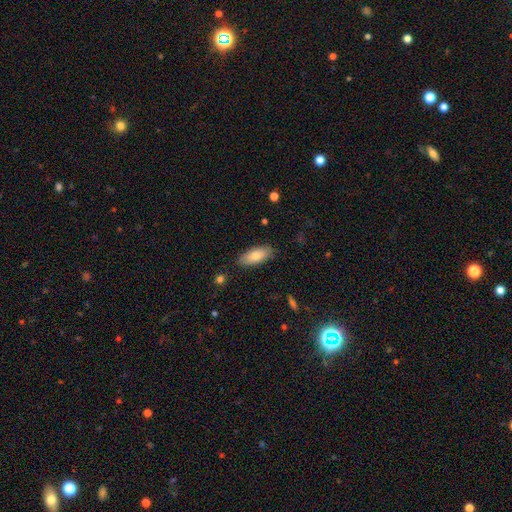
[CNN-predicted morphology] smooth_or_featured: smooth (p=0.78) [alt: featured or disk p=0.16]
how_rounded: in between (p=0.82) [alt: cigar-shaped p=0.16]
merging: none (p=0.84) [alt: minor disturbance p=0.12]